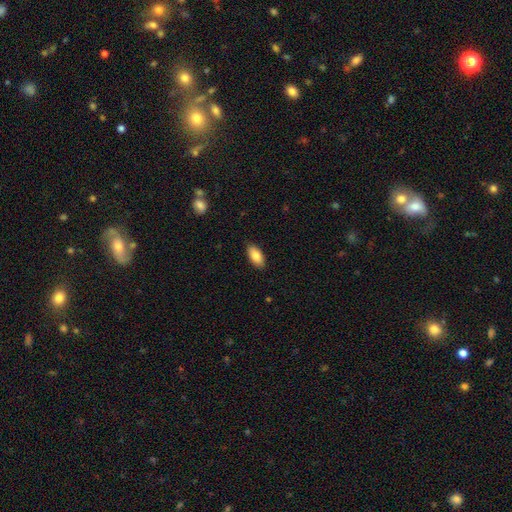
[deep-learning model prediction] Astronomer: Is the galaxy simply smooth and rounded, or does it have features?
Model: smooth — 85%.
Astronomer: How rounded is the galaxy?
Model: in between — 92%.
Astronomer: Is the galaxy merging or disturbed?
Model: none — 88%.